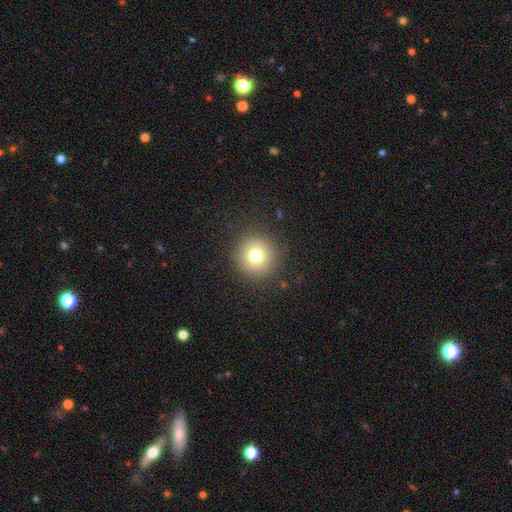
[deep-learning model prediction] Morphology: type=smooth (76%); roundness=round (95%); merging=none (90%).